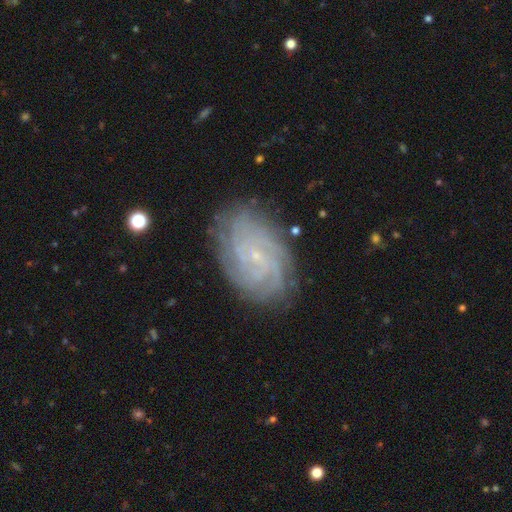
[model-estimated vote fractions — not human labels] smooth-or-featured: featured or disk: 82% | smooth: 10% | star or artifact: 8%
  disk-edge-on: no: 97% | yes: 3%
    bar: no: 63% | weak: 31% | strong: 6%
    has-spiral-arms: yes: 96% | no: 4%
      spiral-winding: tight: 73% | medium: 22% | loose: 5%
      spiral-arm-count: can't tell: 31% | 4: 21% | more than 4: 15% | 3: 14% | 2: 12% | 1: 7%
    bulge-size: small: 85% | moderate: 9% | none: 4% | large: 1% | dominant: 1%
  merging: none: 81% | minor disturbance: 14% | major disturbance: 4% | merger: 1%